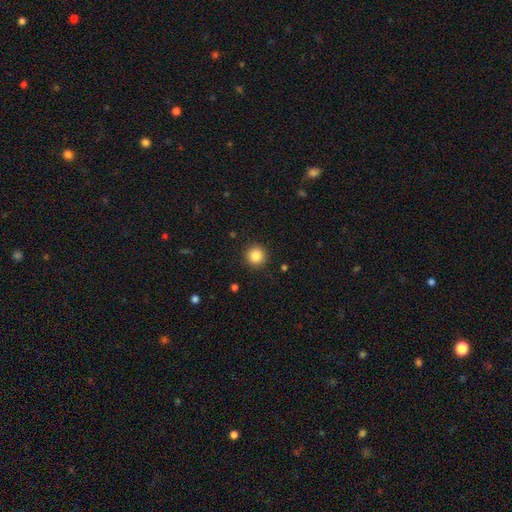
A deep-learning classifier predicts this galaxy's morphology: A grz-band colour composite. It shows a smooth galaxy with no disk features (85%) that is round (95%). Merging: none (91%).